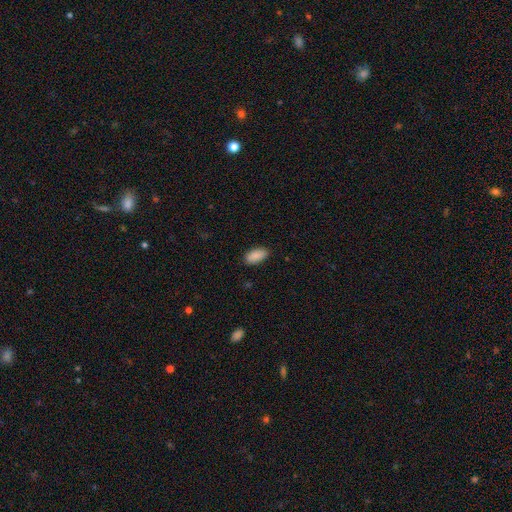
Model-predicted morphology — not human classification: Q: Smooth or featured?
A: smooth (89%); runner-up: star or artifact (7%)
Q: How rounded?
A: in between (93%); runner-up: cigar-shaped (5%)
Q: Merging?
A: none (87%); runner-up: minor disturbance (10%)